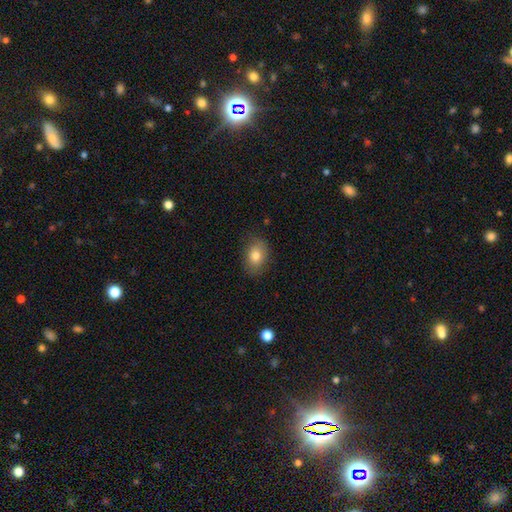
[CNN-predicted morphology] smooth-or-featured: smooth: 80% | featured or disk: 12% | star or artifact: 9%
  how-rounded: in between: 74% | round: 25% | cigar-shaped: 1%
  merging: none: 83% | minor disturbance: 13% | major disturbance: 3% | merger: 1%